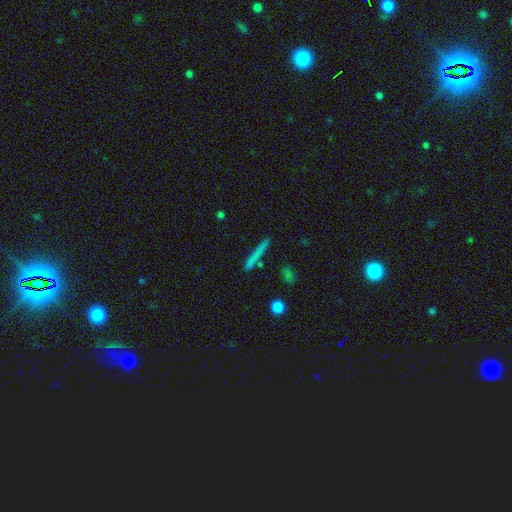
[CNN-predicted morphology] Smooth or featured? smooth (65%)
How rounded? cigar-shaped (95%)
Merging? none (85%)